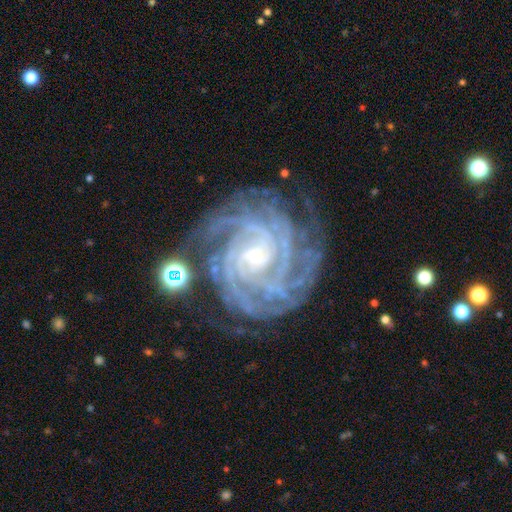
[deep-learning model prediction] featured or disk 92%, star or artifact 5%, smooth 3%. Down the decision tree: edge-on disk — no (98%); bar — no (62%); spiral arms — yes (99%); spiral arm count — 4 (30%); spiral winding — tight (81%); bulge size — small (82%); merging — none (74%).